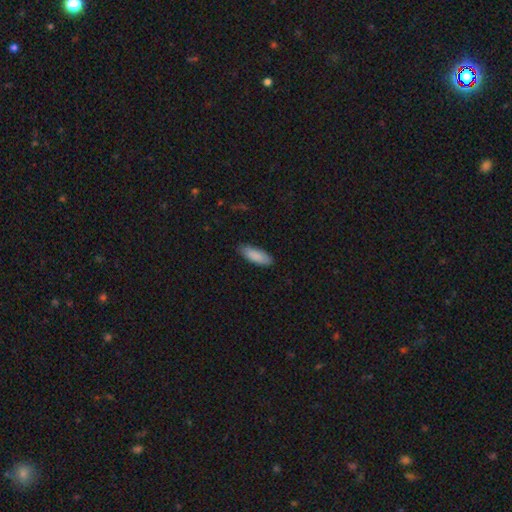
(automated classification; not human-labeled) smooth 88%, featured or disk 6%, star or artifact 6%. Down the decision tree: how rounded — in between (69%); merging — none (84%).